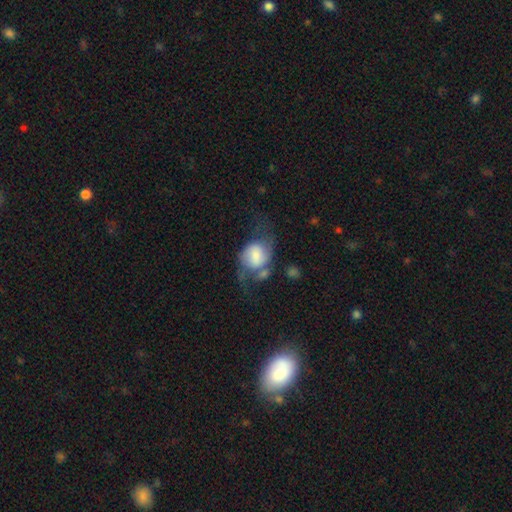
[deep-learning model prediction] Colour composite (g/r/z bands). It shows a smooth galaxy with no disk features (51%) that is in between round and cigar-shaped (51%). Merging: major disturbance (31%).